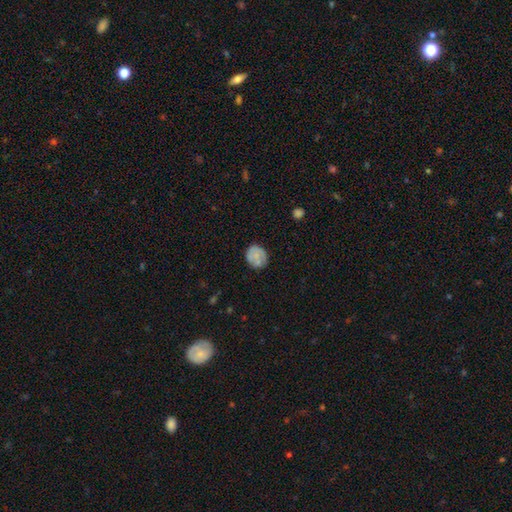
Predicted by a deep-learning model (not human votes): This appears to be a smooth galaxy with no disk features (63%) that is round (81%). Merging: none (72%).